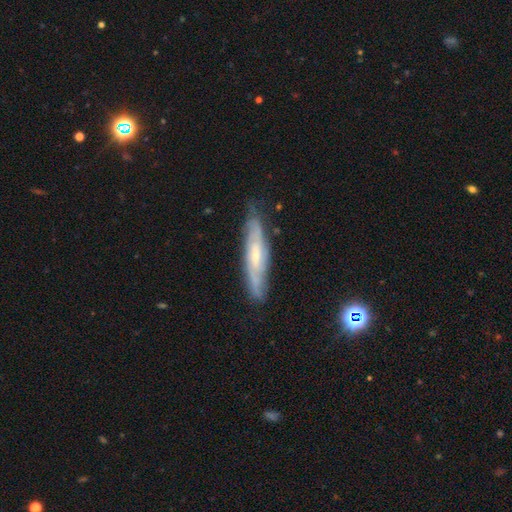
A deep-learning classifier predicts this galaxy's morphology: type=featured or disk (69%); edge-on=no (55%); merging=none (79%).